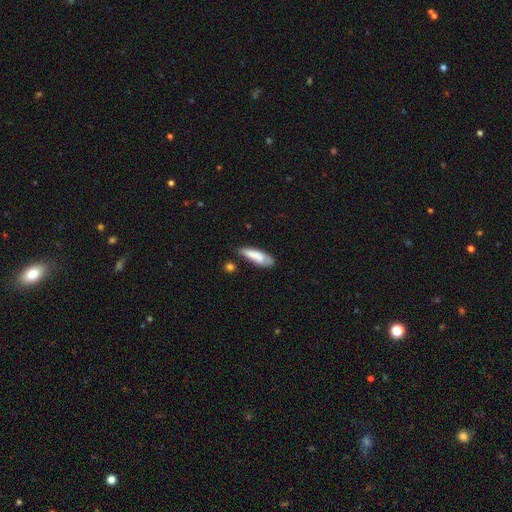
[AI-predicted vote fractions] A smooth galaxy with no disk features (74%) that is cigar-shaped (52%).

Vote fractions:
- Smooth or featured? smooth: 74% / featured or disk: 19% / star or artifact: 7%
- How rounded? cigar-shaped: 52% / in between: 47% / round: 2%
- Merging? none: 51% / minor disturbance: 31% / major disturbance: 10% / merger: 8%